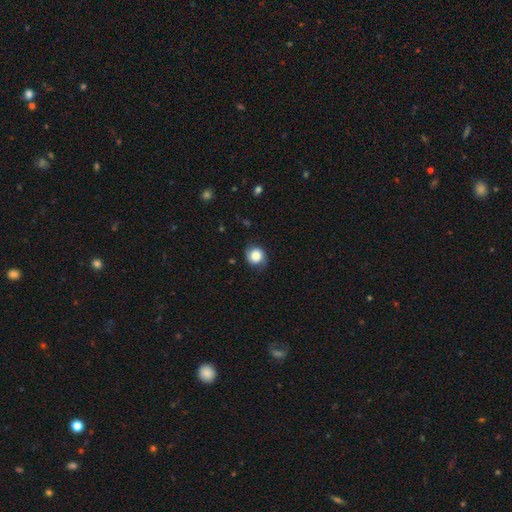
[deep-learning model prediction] Smooth or featured?
  - smooth: 74% *
  - featured or disk: 17%
  - star or artifact: 9%
How rounded?
  - round: 83% *
  - in between: 16%
  - cigar-shaped: 1%
Merging?
  - none: 70% *
  - minor disturbance: 22%
  - major disturbance: 7%
  - merger: 1%